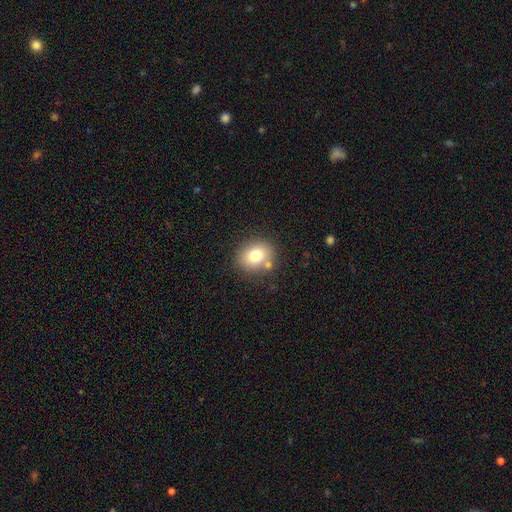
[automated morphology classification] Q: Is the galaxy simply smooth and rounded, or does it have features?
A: smooth — 77%.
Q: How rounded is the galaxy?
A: round — 60%.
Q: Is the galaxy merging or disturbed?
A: none — 75%.